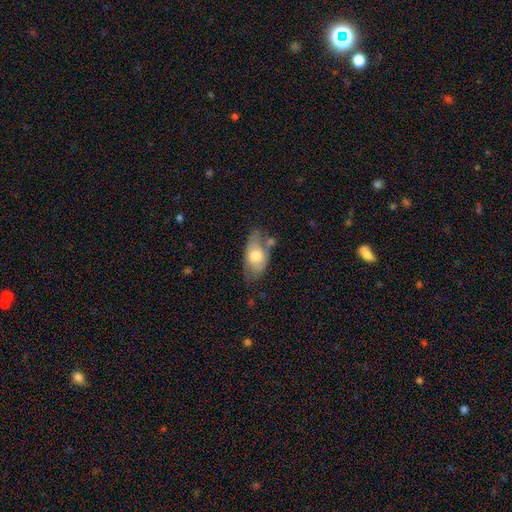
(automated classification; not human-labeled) The model was most divided on "merging": none: 45%, minor disturbance: 30%, major disturbance: 12%, merger: 12%. More confident: how rounded — in between (90%); smooth or featured — smooth (61%).